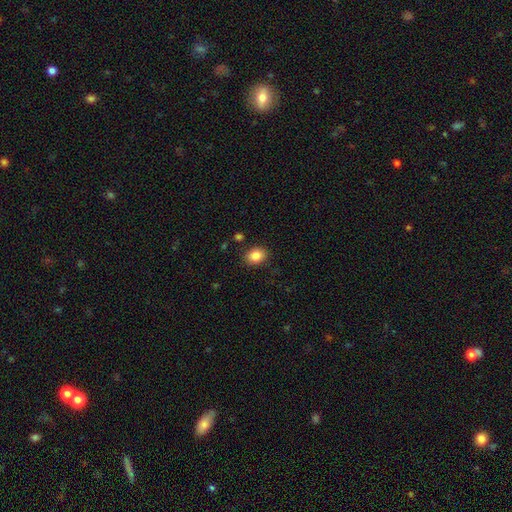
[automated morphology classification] This appears to be a smooth galaxy with no disk features (86%) that is round (50%). Merging: none (87%).